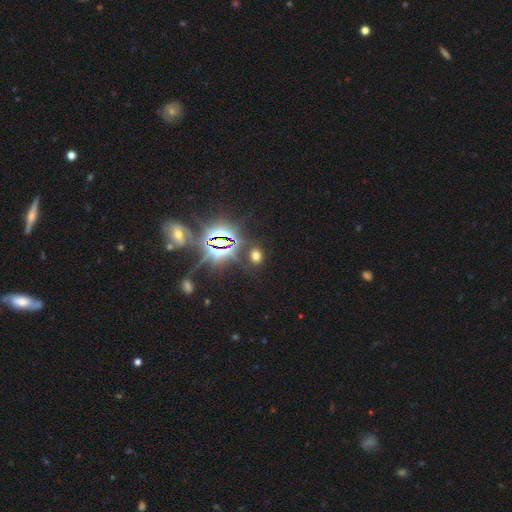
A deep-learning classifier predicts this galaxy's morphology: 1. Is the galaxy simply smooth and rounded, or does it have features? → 50% smooth, 43% star or artifact, 7% featured or disk.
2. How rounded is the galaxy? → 53% round, 45% in between, 2% cigar-shaped.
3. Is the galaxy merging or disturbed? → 84% none, 9% minor disturbance, 4% major disturbance, 3% merger.